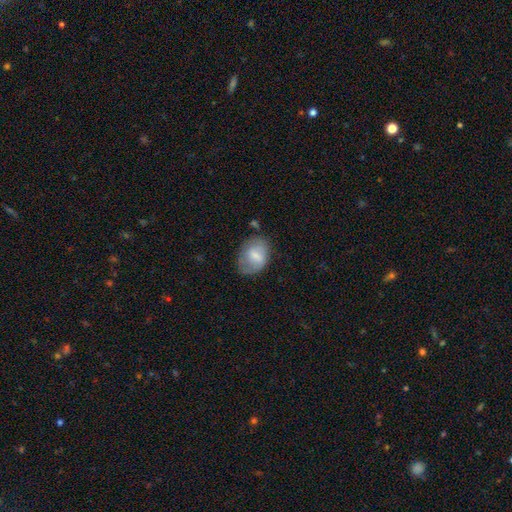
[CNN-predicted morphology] Smooth or featured? Predicted: smooth (p=0.62). How rounded? Predicted: in between (p=0.73). Merging? Predicted: none (p=0.59).